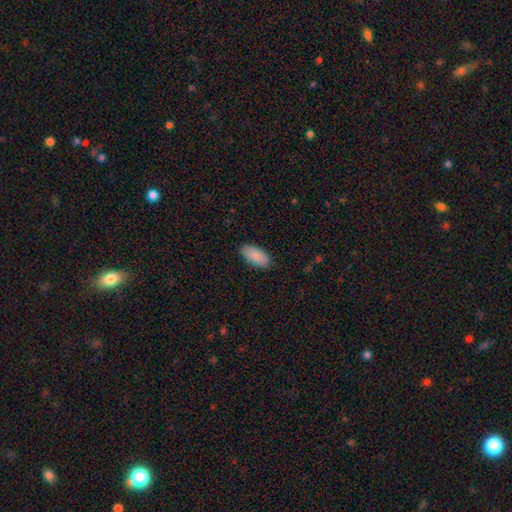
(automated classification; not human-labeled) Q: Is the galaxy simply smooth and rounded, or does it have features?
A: smooth — 89%.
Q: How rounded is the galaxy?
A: in between — 94%.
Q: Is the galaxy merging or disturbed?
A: none — 87%.